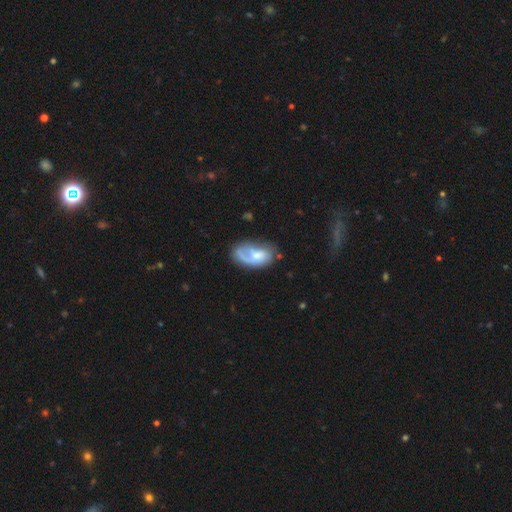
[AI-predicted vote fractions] Morphology: type=featured or disk (50%); merging=none (43%).